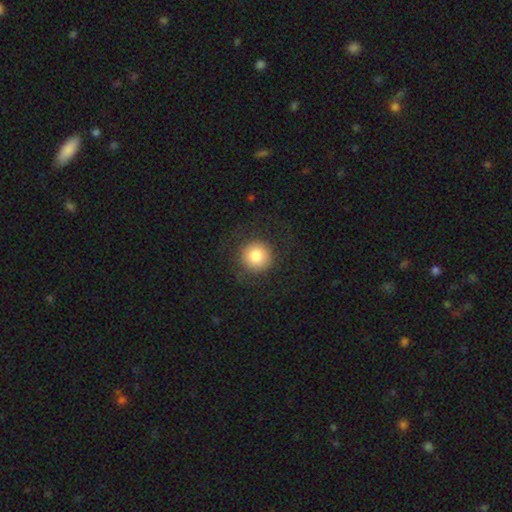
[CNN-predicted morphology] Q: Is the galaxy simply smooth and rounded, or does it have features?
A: smooth — 80%.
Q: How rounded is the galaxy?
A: round — 95%.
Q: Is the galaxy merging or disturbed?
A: none — 81%.